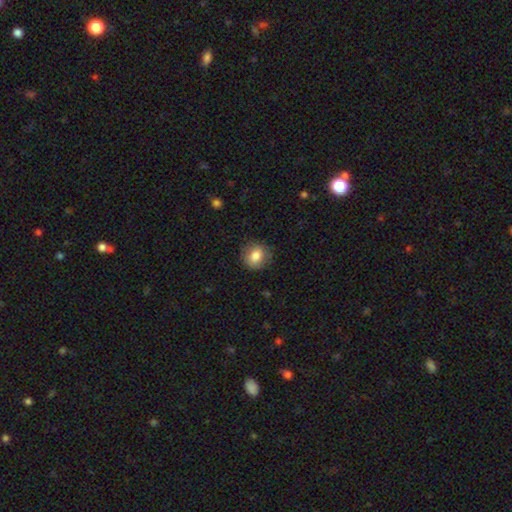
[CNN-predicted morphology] Smooth or featured?
  - smooth: 81% *
  - featured or disk: 10%
  - star or artifact: 9%
How rounded?
  - round: 78% *
  - in between: 21%
  - cigar-shaped: 1%
Merging?
  - none: 83% *
  - minor disturbance: 13%
  - major disturbance: 3%
  - merger: 1%